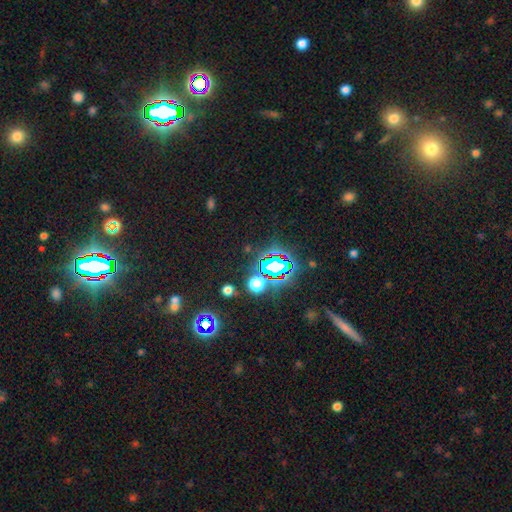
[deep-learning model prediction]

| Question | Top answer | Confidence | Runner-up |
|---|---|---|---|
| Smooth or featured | star or artifact | 77% | smooth (14%) |